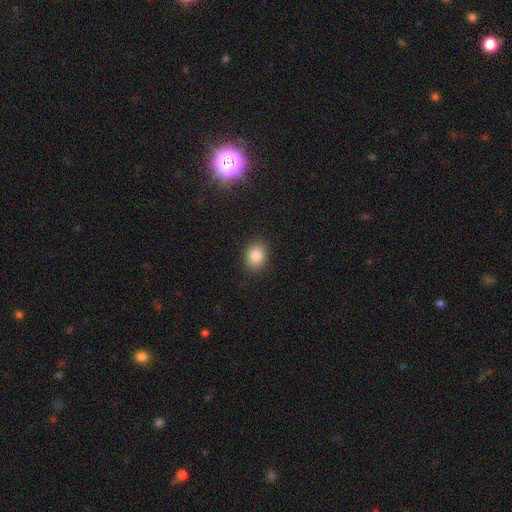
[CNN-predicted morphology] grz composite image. It shows a smooth galaxy with no disk features (84%) that is round (51%). Merging: none (89%).